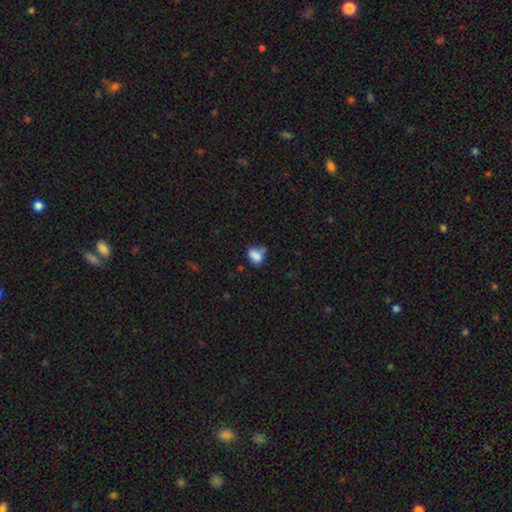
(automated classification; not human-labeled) A smooth galaxy with no disk features (74%) that is in between round and cigar-shaped (76%). Merging: none (35%).